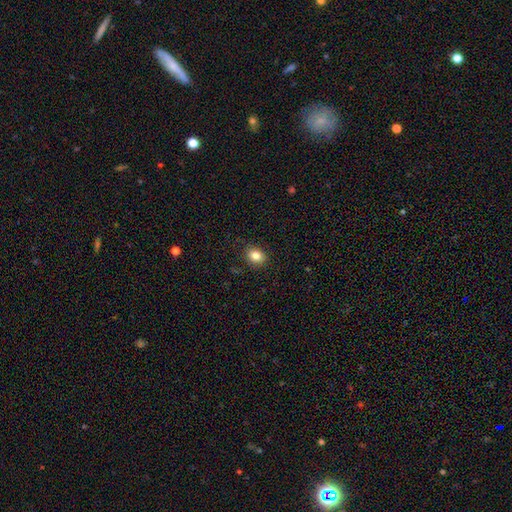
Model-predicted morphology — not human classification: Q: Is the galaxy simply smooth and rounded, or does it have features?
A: smooth — 84%.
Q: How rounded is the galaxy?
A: in between — 58%.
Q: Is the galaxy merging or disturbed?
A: none — 85%.